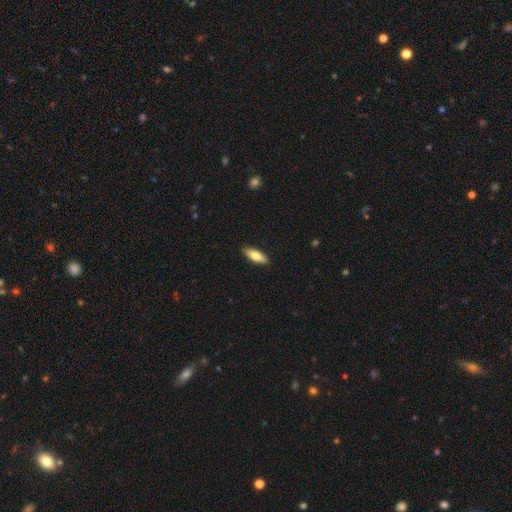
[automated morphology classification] This is likely a smooth galaxy (75%). How rounded: possibly in between (58%). Merging: clearly none (89%).